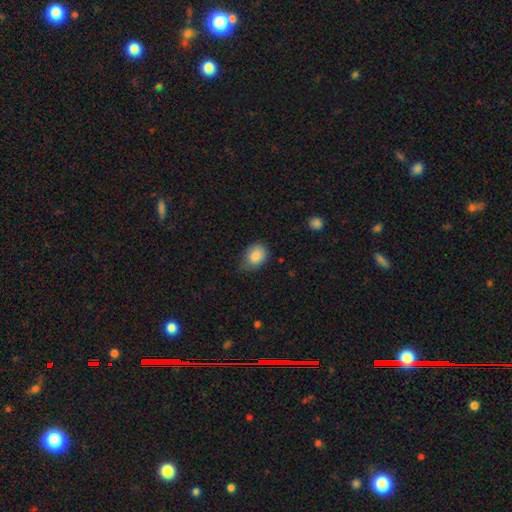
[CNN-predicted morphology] Overall: smooth (85%). How rounded: in between (56%; round 43%). Merging: none (56%; minor disturbance 36%).